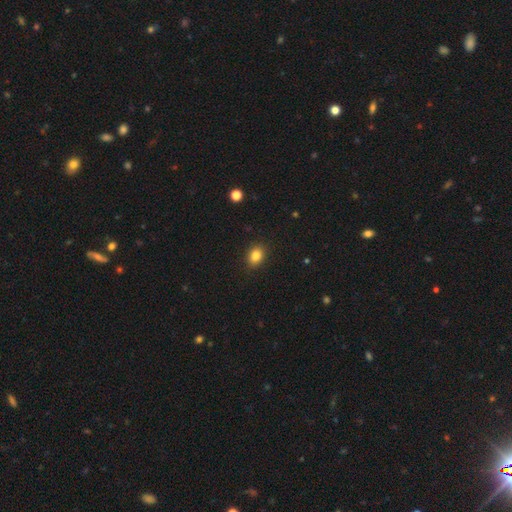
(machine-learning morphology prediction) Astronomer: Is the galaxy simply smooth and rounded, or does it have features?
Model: smooth — 85%.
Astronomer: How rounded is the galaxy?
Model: in between — 65%.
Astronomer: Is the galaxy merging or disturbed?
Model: none — 89%.